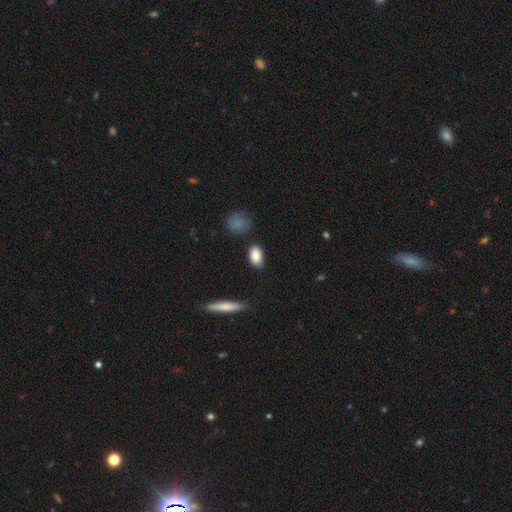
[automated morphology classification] A smooth galaxy with no disk features (86%) that is in between round and cigar-shaped (90%). Merging: none (83%).